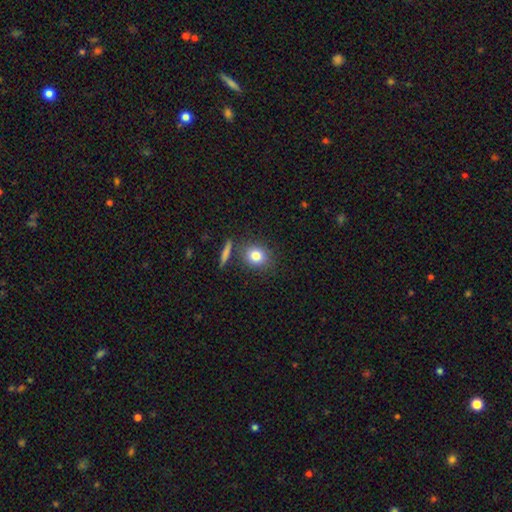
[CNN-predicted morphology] Smooth or featured? Predicted: smooth (p=0.80). How rounded? Predicted: round (p=0.67). Merging? Predicted: none (p=0.78).